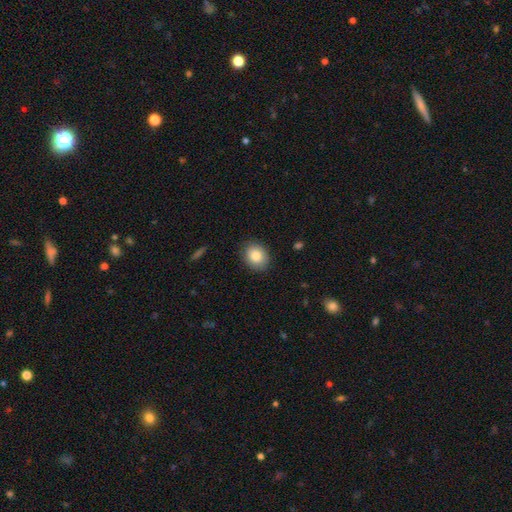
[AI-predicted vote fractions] Q: Smooth or featured?
A: smooth (84%); runner-up: star or artifact (8%)
Q: How rounded?
A: round (55%); runner-up: in between (44%)
Q: Merging?
A: none (88%); runner-up: minor disturbance (9%)